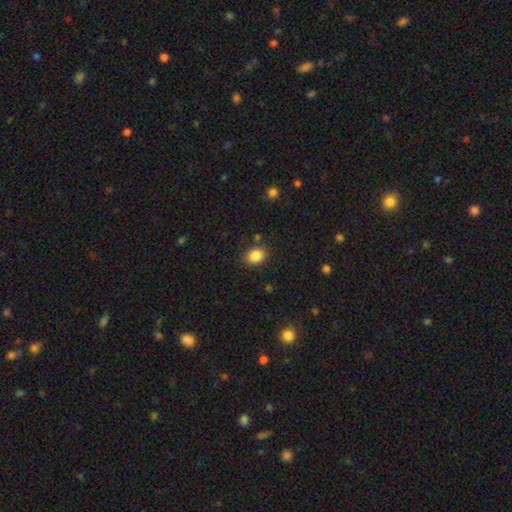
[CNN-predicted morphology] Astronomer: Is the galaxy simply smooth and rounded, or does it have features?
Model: smooth — 86%.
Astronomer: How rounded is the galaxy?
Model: in between — 55% (runner-up: round, 44%).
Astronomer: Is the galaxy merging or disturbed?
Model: none — 84%.